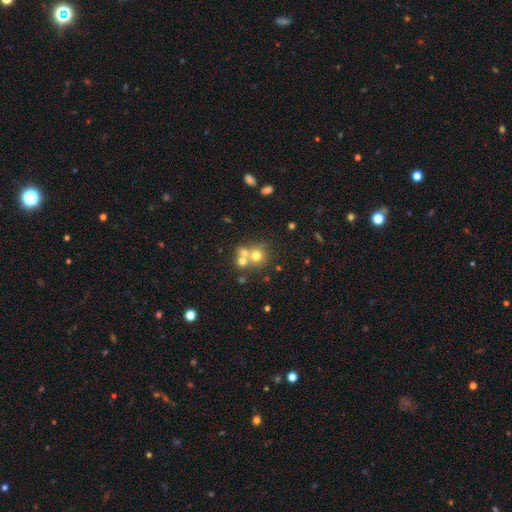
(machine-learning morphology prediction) Smooth or featured? Predicted: smooth (p=0.63). How rounded? Predicted: round (p=0.85). Merging? Predicted: merger (p=0.45).